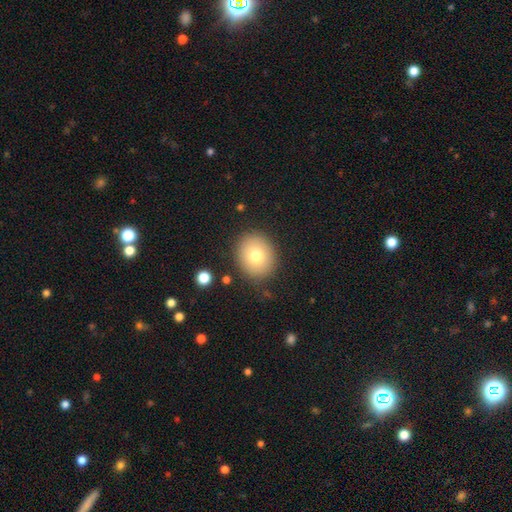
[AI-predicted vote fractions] smooth_or_featured: smooth (p=0.76) [alt: featured or disk p=0.14]
how_rounded: round (p=0.68) [alt: in between p=0.31]
merging: none (p=0.86) [alt: minor disturbance p=0.10]